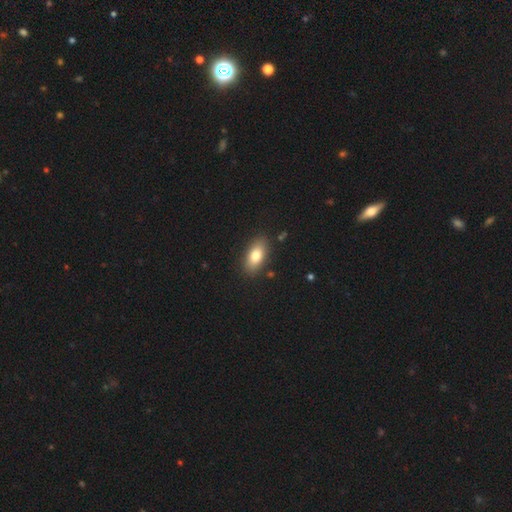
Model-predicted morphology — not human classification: Overall: smooth (77%). How rounded: in between (88%). Merging: none (86%).